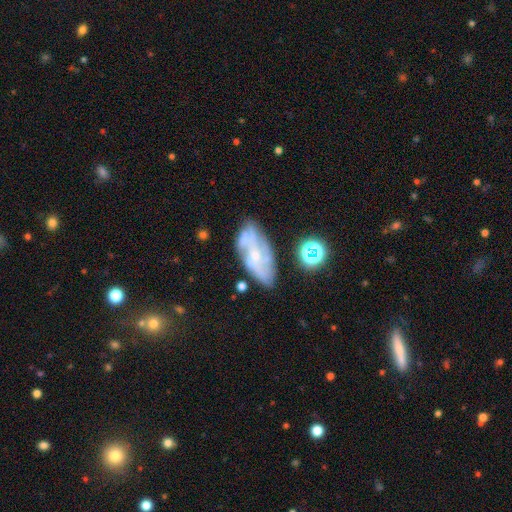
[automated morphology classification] Smooth or featured? Predicted: featured or disk (p=0.69). Edge-on disk? Predicted: no (p=0.93). Bar? Predicted: no (p=0.72). Spiral arms? Predicted: yes (p=0.78). Bulge size? Predicted: small (p=0.69). Merging? Predicted: none (p=0.61).